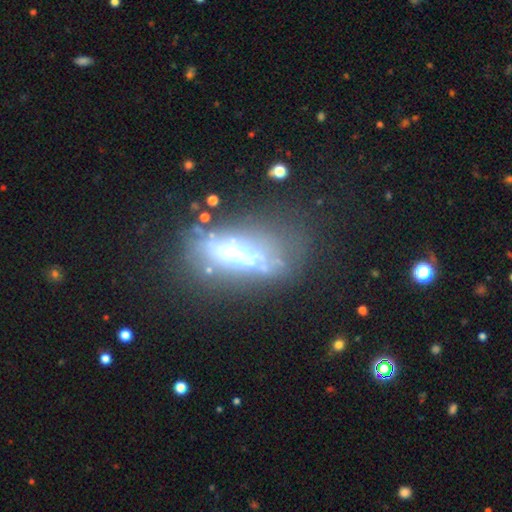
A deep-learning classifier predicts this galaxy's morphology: Smooth or featured: featured or disk — 54% (smooth — 28%)
Edge-on disk: no — 70% (yes — 30%)
Merging: none — 44% (major disturbance — 27%)